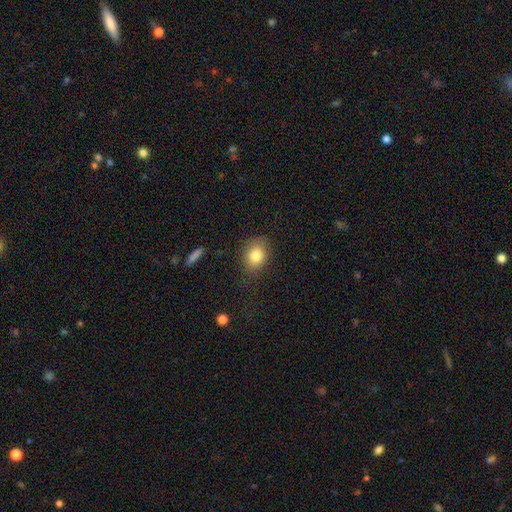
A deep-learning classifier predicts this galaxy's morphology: Smooth or featured? Predicted: smooth (p=0.82). How rounded? Predicted: in between (p=0.52). Merging? Predicted: none (p=0.80).